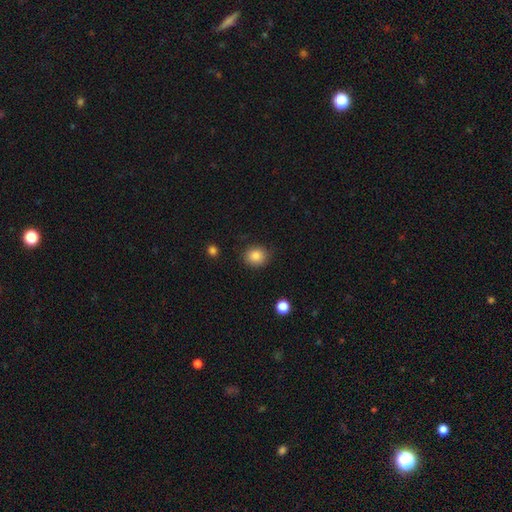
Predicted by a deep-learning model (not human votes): smooth_or_featured: smooth (p=0.85) [alt: star or artifact p=0.09]
how_rounded: round (p=0.72) [alt: in between p=0.27]
merging: none (p=0.83) [alt: minor disturbance p=0.12]